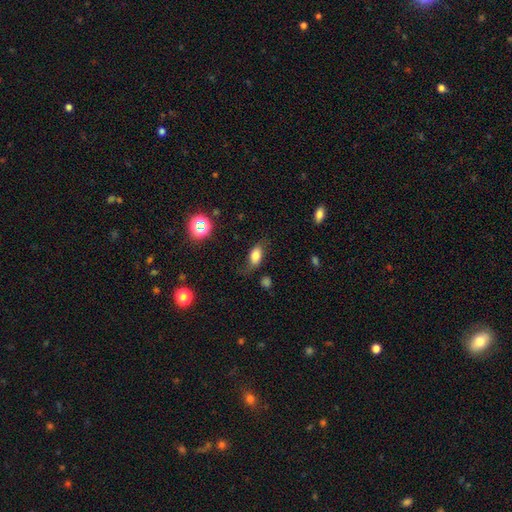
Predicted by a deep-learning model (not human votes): This is likely a smooth galaxy (72%). How rounded: clearly in between (87%). Merging: likely none (63%).